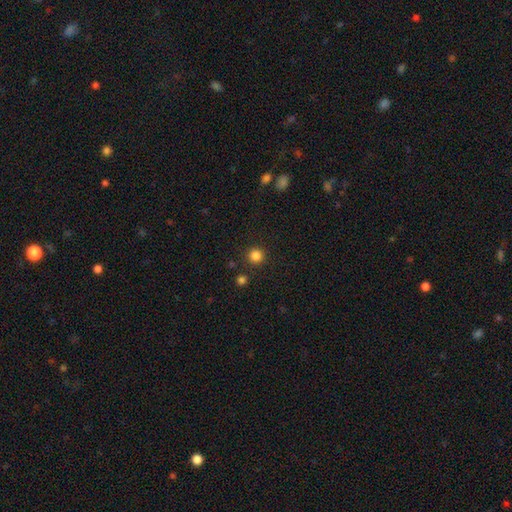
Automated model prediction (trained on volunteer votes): A smooth galaxy with no disk features (84%) that is round (95%).

Vote fractions:
- Smooth or featured? smooth: 84% / star or artifact: 13% / featured or disk: 4%
- How rounded? round: 95% / in between: 4% / cigar-shaped: 1%
- Merging? none: 89% / minor disturbance: 6% / merger: 3% / major disturbance: 2%